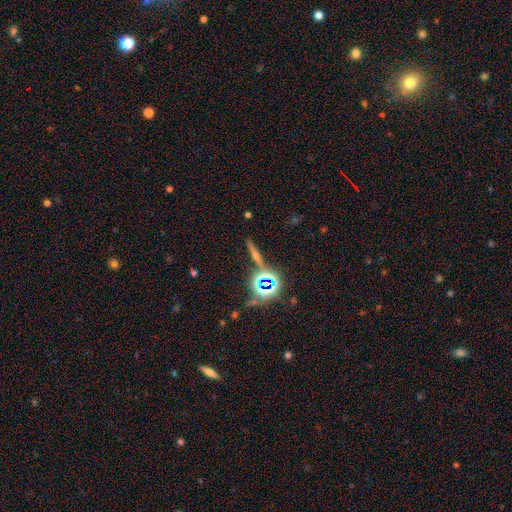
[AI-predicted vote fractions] smooth-or-featured: featured or disk: 37% | star or artifact: 35% | smooth: 28%
  merging: none: 82% | minor disturbance: 8% | merger: 6% | major disturbance: 3%